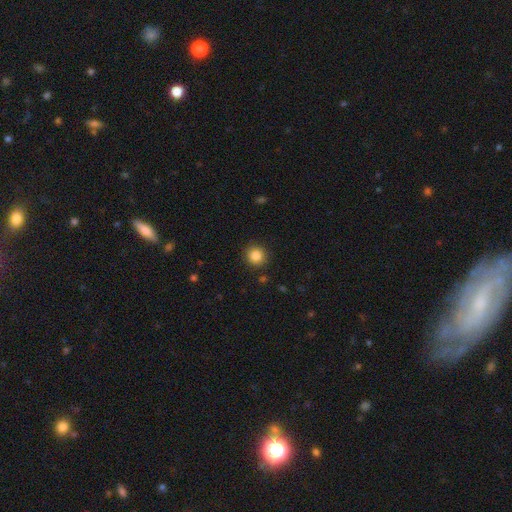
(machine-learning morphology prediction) This appears to be a smooth galaxy with no disk features (86%) that is round (92%). Merging: none (90%).